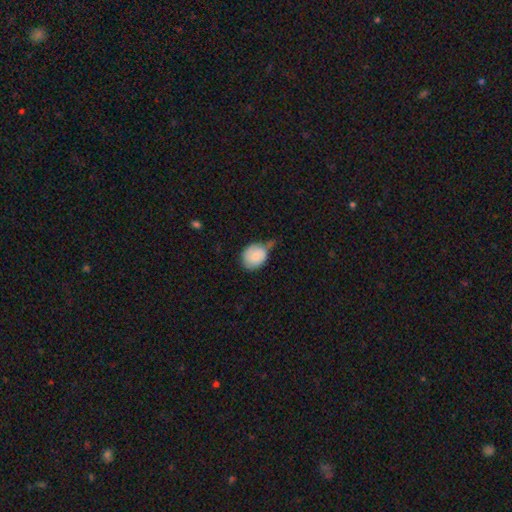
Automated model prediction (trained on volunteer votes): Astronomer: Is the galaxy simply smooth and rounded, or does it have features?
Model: smooth — 75%.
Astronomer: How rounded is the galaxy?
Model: round — 63%.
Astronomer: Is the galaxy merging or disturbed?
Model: minor disturbance — 39% (runner-up: none, 37%).